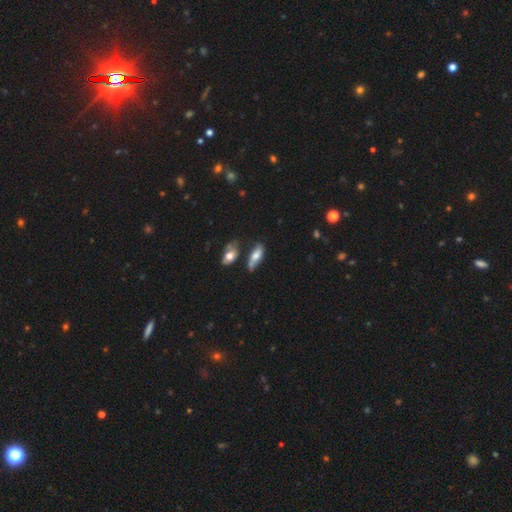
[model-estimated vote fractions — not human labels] Q: Smooth or featured?
A: smooth (60%); runner-up: featured or disk (32%)
Q: How rounded?
A: in between (76%); runner-up: cigar-shaped (21%)
Q: Merging?
A: none (45%); runner-up: minor disturbance (24%)